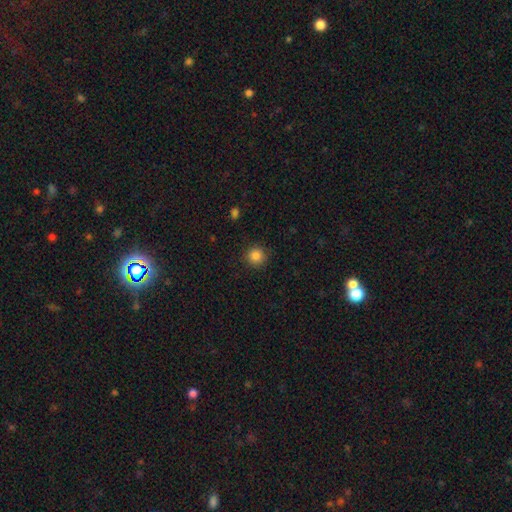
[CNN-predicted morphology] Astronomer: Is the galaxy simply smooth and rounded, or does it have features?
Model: smooth — 85%.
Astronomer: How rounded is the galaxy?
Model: round — 94%.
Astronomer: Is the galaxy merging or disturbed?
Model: none — 90%.